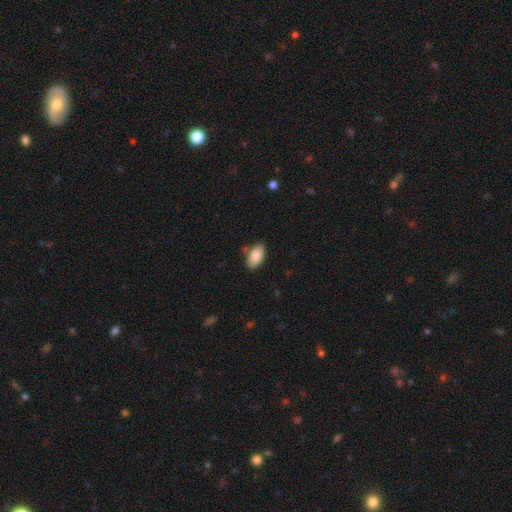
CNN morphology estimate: Overall: smooth (88%). How rounded: in between (95%). Merging: none (81%).